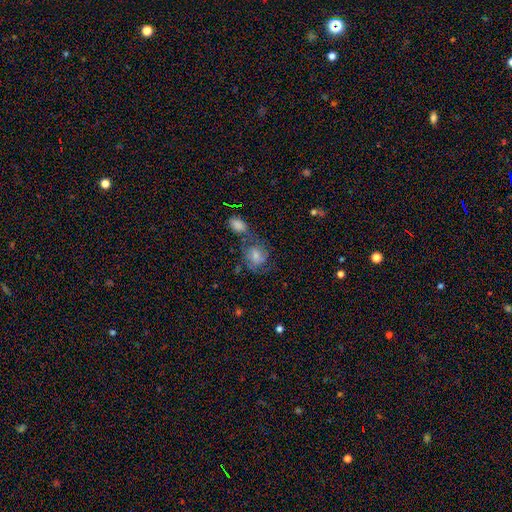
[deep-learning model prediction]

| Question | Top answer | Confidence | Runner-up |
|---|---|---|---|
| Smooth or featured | featured or disk | 59% | smooth (27%) |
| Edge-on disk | no | 96% | yes (4%) |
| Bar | weak | 46% | no (43%) |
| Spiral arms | yes | 86% | no (14%) |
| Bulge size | moderate | 46% | small (37%) |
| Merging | none | 47% | merger (28%) |